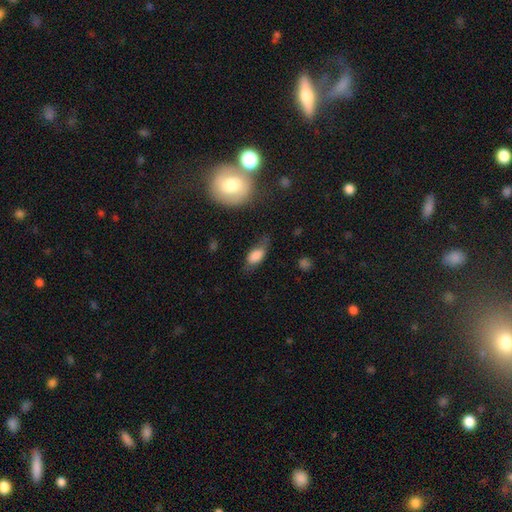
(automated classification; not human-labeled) smooth 78%, featured or disk 14%, star or artifact 8%. Down the decision tree: how rounded — in between (86%); merging — none (48%).